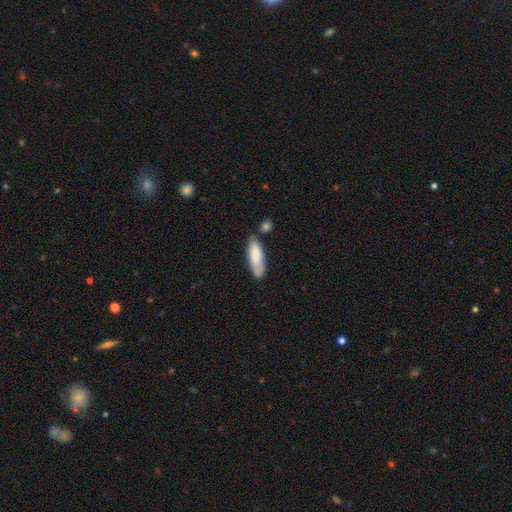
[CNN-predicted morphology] Smooth or featured? Predicted: smooth (p=0.82). How rounded? Predicted: in between (p=0.55). Merging? Predicted: none (p=0.62).